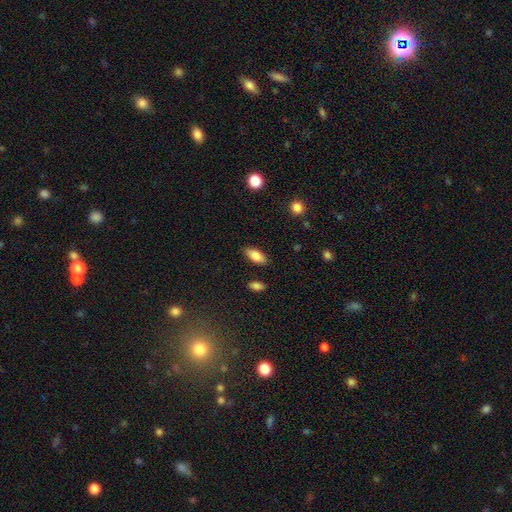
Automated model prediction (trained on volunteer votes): smooth-or-featured: smooth: 81% | featured or disk: 12% | star or artifact: 7%
  how-rounded: in between: 85% | cigar-shaped: 13% | round: 3%
  merging: none: 86% | minor disturbance: 10% | major disturbance: 2% | merger: 2%